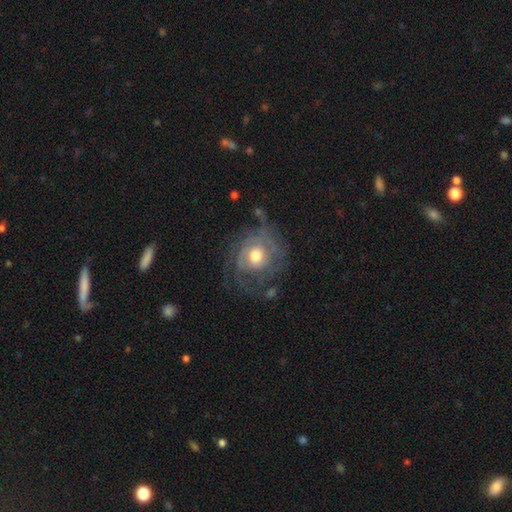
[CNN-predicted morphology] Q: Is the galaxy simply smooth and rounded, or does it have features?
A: featured or disk — 73%.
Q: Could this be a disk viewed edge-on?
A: no — 97%.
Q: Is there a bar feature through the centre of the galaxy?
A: no — 77%.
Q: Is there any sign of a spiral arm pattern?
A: yes — 80%.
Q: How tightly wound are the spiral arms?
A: tight — 50%.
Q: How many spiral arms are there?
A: can't tell — 42%.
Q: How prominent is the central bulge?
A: moderate — 68%.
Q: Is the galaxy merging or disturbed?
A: none — 54%.